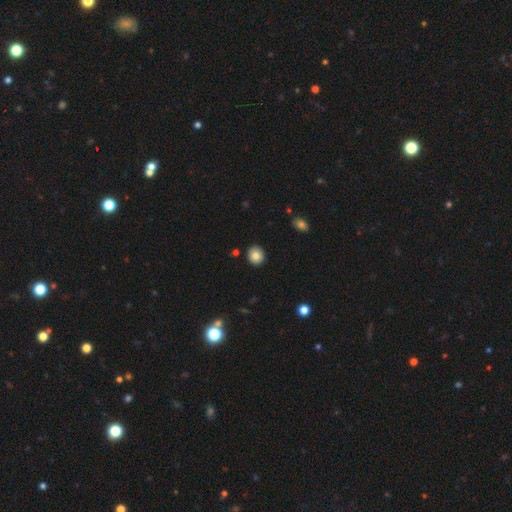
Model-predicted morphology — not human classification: Smooth or featured? smooth (80%)
How rounded? round (86%)
Merging? none (91%)